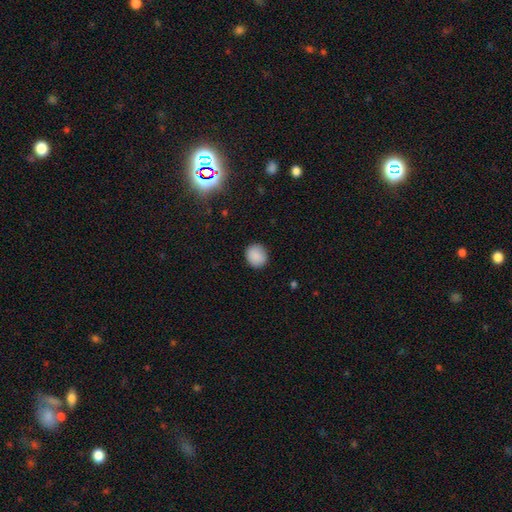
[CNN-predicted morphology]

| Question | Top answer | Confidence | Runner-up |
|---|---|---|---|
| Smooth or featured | smooth | 89% | star or artifact (8%) |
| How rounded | round | 82% | in between (17%) |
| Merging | none | 89% | minor disturbance (8%) |